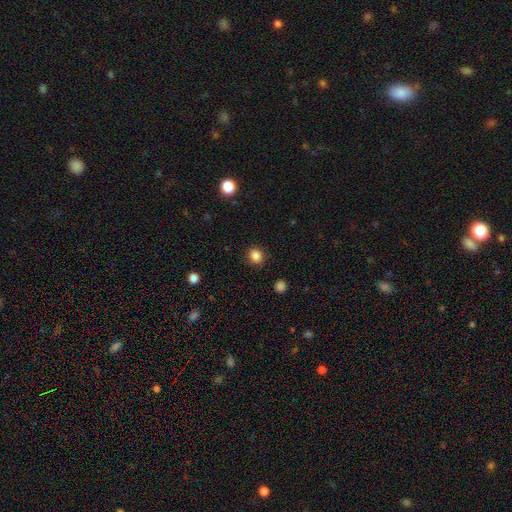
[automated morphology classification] Smooth or featured? smooth (85%)
How rounded? round (72%)
Merging? none (88%)